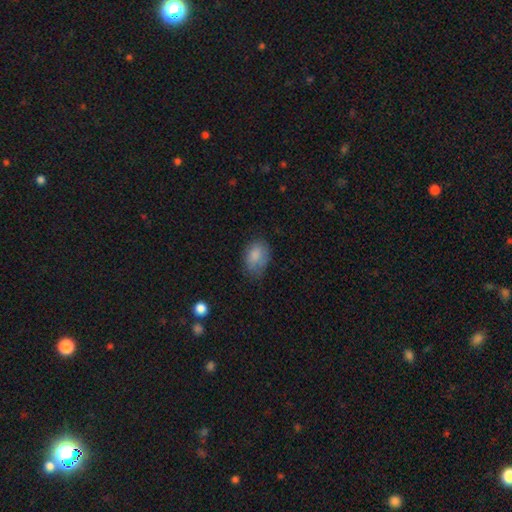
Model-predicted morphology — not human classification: smooth-or-featured: smooth: 83% | featured or disk: 9% | star or artifact: 8%
  how-rounded: in between: 81% | round: 17% | cigar-shaped: 1%
  merging: none: 53% | minor disturbance: 34% | major disturbance: 11% | merger: 2%